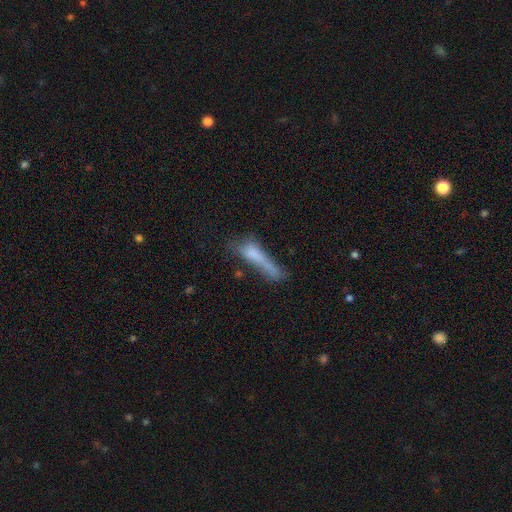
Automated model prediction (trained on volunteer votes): Smooth or featured? Predicted: smooth (p=0.62). How rounded? Predicted: cigar-shaped (p=0.78). Merging? Predicted: major disturbance (p=0.32).